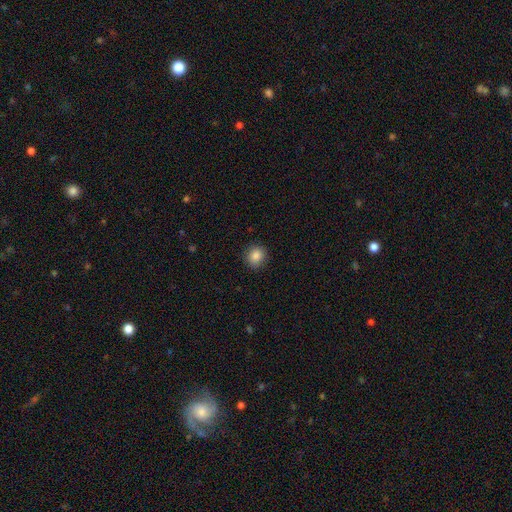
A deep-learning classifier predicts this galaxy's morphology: Smooth or featured? smooth (86%)
How rounded? round (80%)
Merging? none (88%)